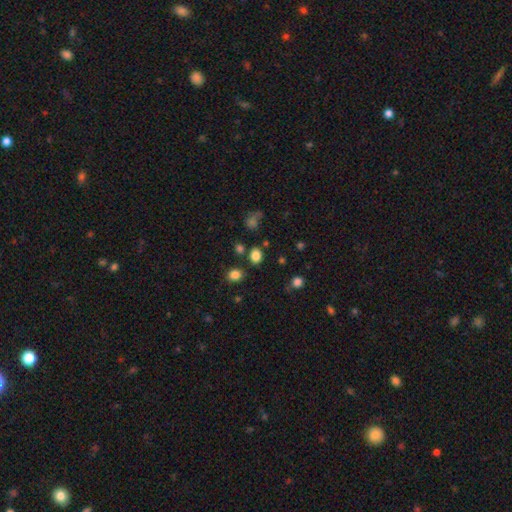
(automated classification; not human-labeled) Smooth or featured? smooth (82%)
How rounded? round (51%)
Merging? none (79%)